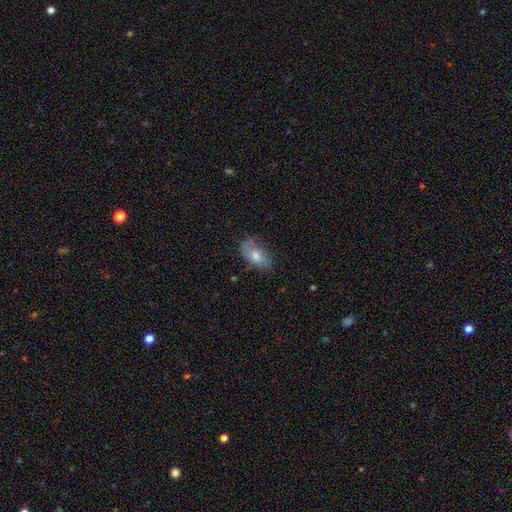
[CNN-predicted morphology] Smooth or featured: smooth — 71% (featured or disk — 22%)
How rounded: in between — 92% (round — 5%)
Merging: none — 63% (minor disturbance — 27%)